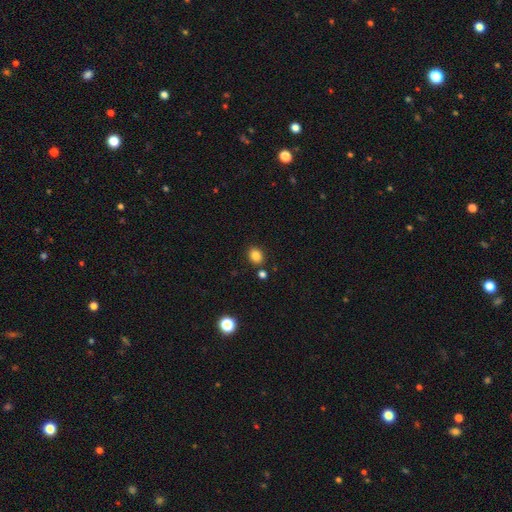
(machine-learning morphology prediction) Overall: smooth (84%). How rounded: round (50%; in between 49%). Merging: none (83%).